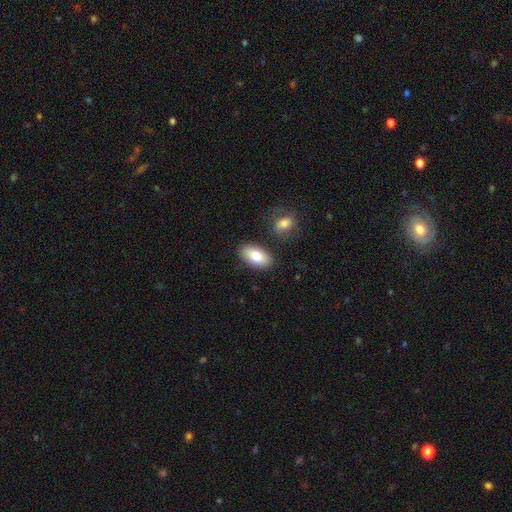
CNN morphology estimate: A smooth galaxy with no disk features (82%) that is in between round and cigar-shaped (93%).

Vote fractions:
- Smooth or featured? smooth: 82% / featured or disk: 12% / star or artifact: 6%
- How rounded? in between: 93% / round: 3% / cigar-shaped: 3%
- Merging? none: 82% / minor disturbance: 10% / merger: 5% / major disturbance: 2%